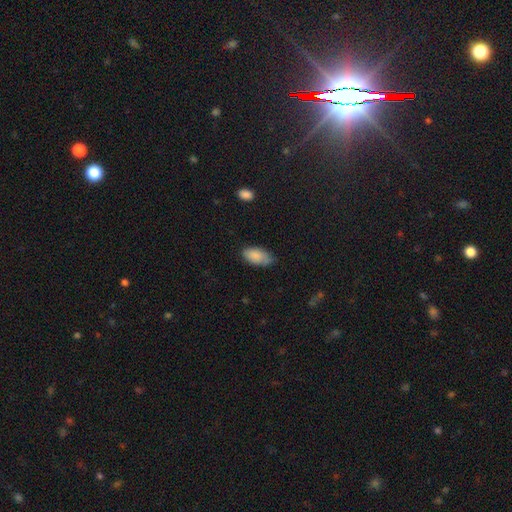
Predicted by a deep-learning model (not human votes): smooth_or_featured: smooth (p=0.86) [alt: featured or disk p=0.08]
how_rounded: in between (p=0.94) [alt: cigar-shaped p=0.04]
merging: none (p=0.63) [alt: minor disturbance p=0.30]